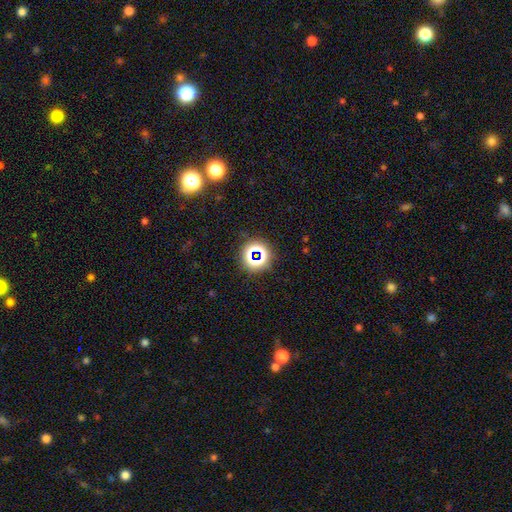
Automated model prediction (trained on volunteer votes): Smooth or featured? star or artifact (66%)